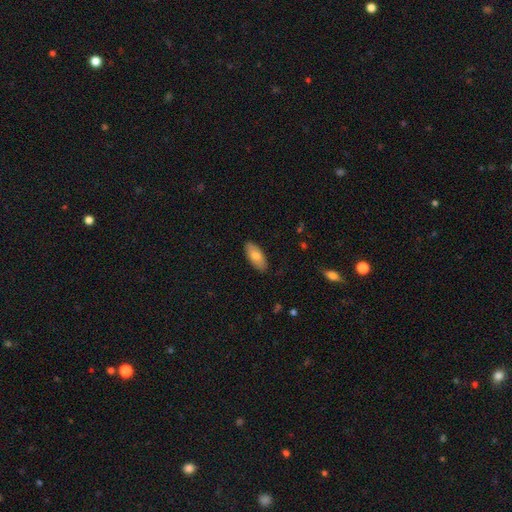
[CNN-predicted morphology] A smooth galaxy with no disk features (77%) that is in between round and cigar-shaped (90%).

Vote fractions:
- Smooth or featured? smooth: 77% / featured or disk: 17% / star or artifact: 6%
- How rounded? in between: 90% / cigar-shaped: 8% / round: 2%
- Merging? none: 87% / minor disturbance: 10% / major disturbance: 2% / merger: 1%